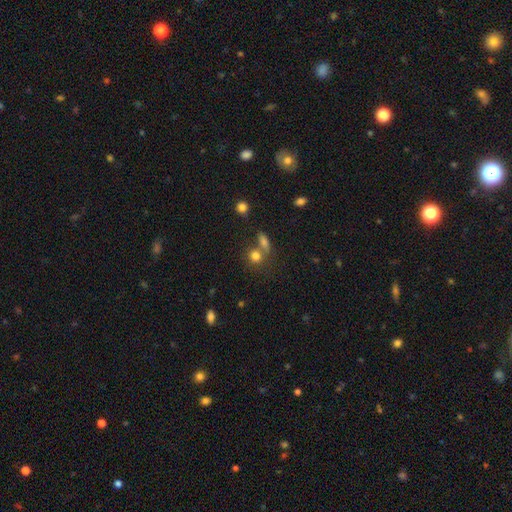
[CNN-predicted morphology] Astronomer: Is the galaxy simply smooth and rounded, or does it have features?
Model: smooth — 78%.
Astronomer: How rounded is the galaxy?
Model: round — 71%.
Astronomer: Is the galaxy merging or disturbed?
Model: none — 50% (runner-up: merger, 35%).